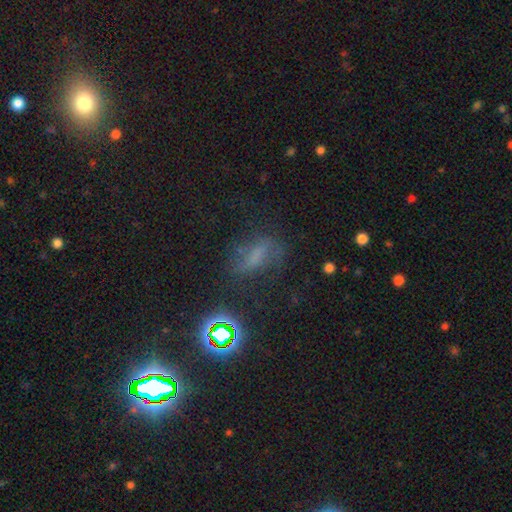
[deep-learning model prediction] This is marginally a smooth galaxy (39%). Merging: possibly none (55%).